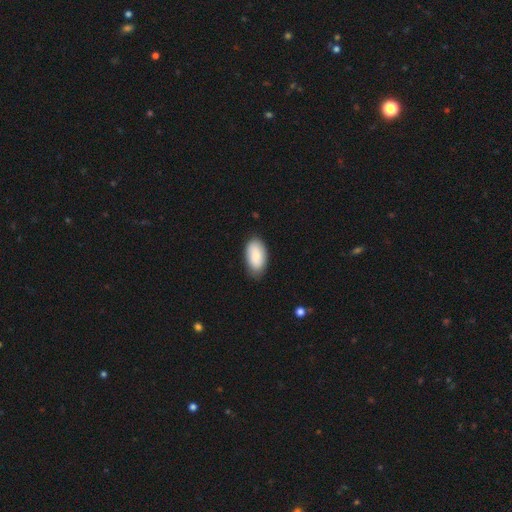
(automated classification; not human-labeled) smooth 85%, featured or disk 9%, star or artifact 6%. Down the decision tree: how rounded — in between (95%); merging — none (80%).